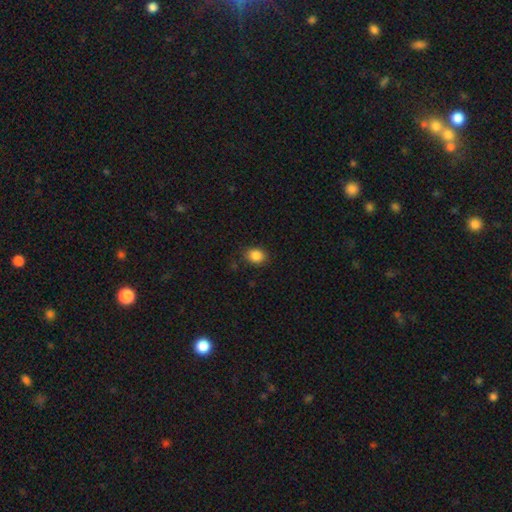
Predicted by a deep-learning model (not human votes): Overall: smooth (86%). How rounded: in between (50%; round 49%). Merging: none (84%).